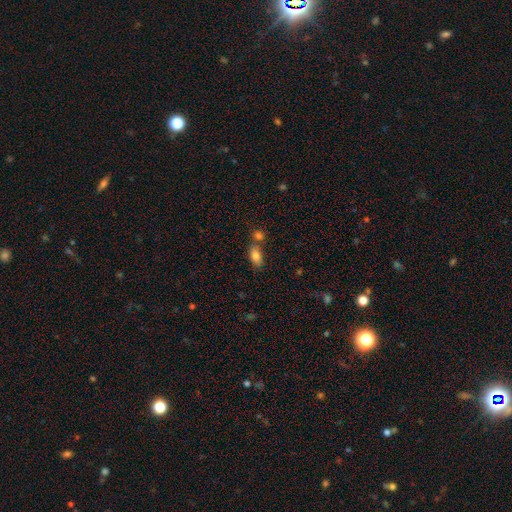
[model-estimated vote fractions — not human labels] Smooth or featured? Predicted: smooth (p=0.82). How rounded? Predicted: in between (p=0.86). Merging? Predicted: none (p=0.54).